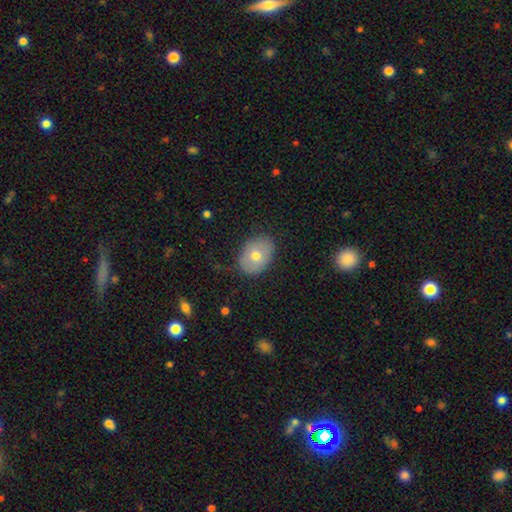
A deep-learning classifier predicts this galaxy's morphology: This is likely a smooth galaxy (68%). How rounded: likely in between (74%). Merging: clearly none (82%).